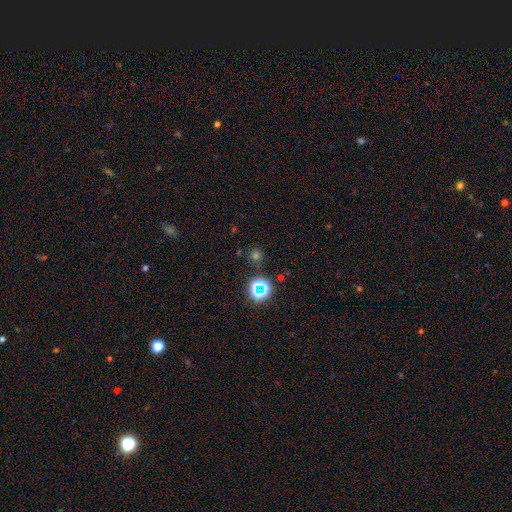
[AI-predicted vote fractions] The model was most divided on "smooth or featured": smooth: 48%, star or artifact: 45%, featured or disk: 7%. More confident: merging — none (83%).